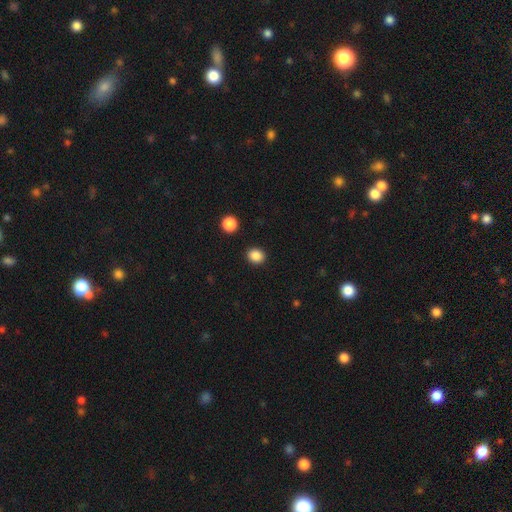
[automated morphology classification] A smooth galaxy with no disk features (87%) that is round (73%). Merging: none (91%).